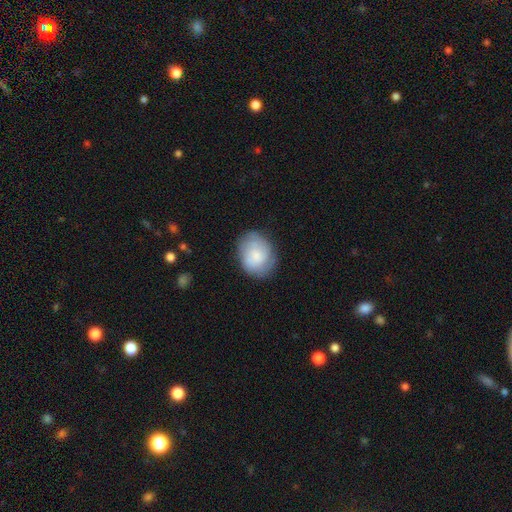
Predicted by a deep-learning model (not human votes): Smooth or featured? smooth (68%)
How rounded? in between (51%)
Merging? none (72%)